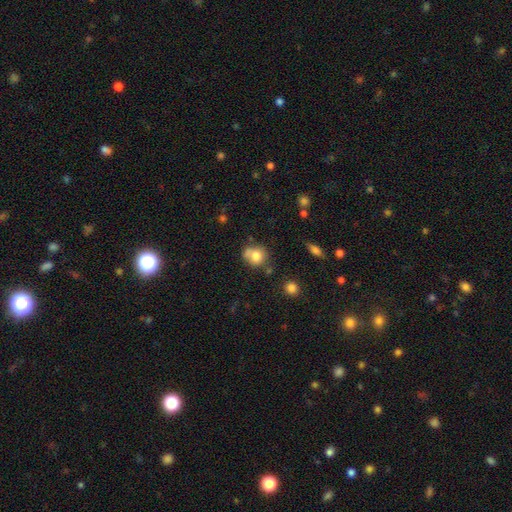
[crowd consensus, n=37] A smooth galaxy with no disk features (78%) that is round (86%). Merging: merger (35%).